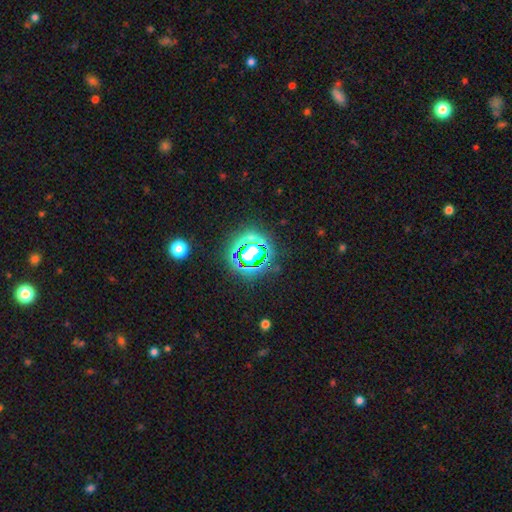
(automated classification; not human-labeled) Overall: star or artifact (65%).